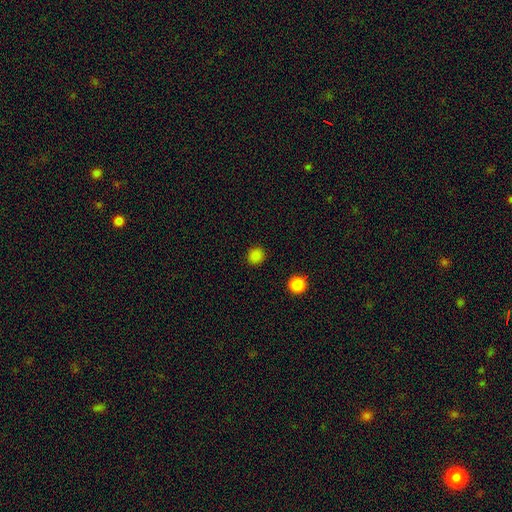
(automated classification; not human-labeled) Q: Smooth or featured?
A: smooth (84%); runner-up: star or artifact (13%)
Q: How rounded?
A: round (90%); runner-up: in between (9%)
Q: Merging?
A: none (91%); runner-up: minor disturbance (6%)